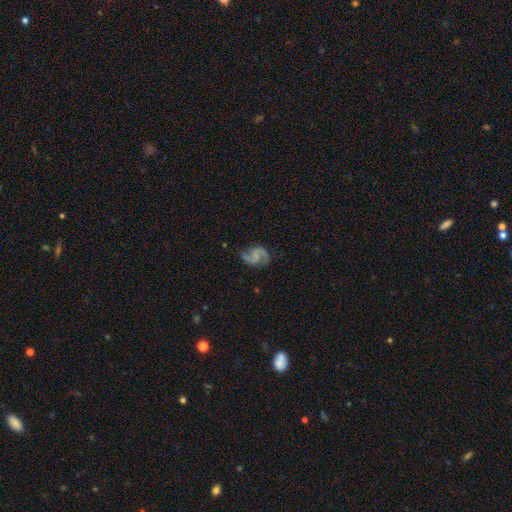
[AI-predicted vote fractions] Q: Smooth or featured?
A: featured or disk (80%); runner-up: smooth (13%)
Q: Edge-on disk?
A: no (98%); runner-up: yes (2%)
Q: Bar?
A: weak (45%); runner-up: no (43%)
Q: Spiral arms?
A: yes (95%); runner-up: no (5%)
Q: Spiral winding?
A: medium (45%); runner-up: loose (43%)
Q: Spiral arm count?
A: 2 (91%); runner-up: can't tell (3%)
Q: Bulge size?
A: none (43%); runner-up: small (41%)
Q: Merging?
A: none (71%); runner-up: minor disturbance (19%)